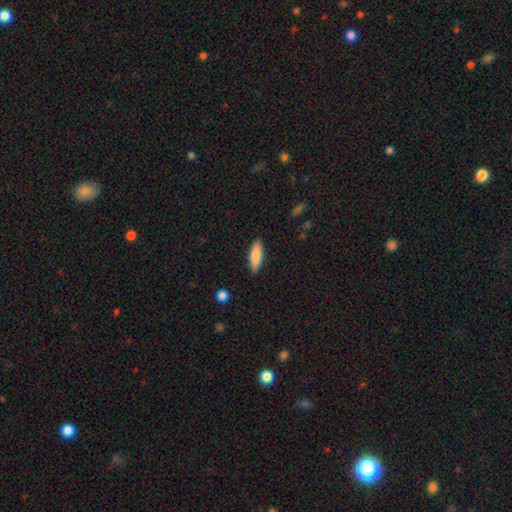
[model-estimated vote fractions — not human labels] This is clearly a smooth galaxy (84%). How rounded: possibly in between (54%). Merging: clearly none (88%).